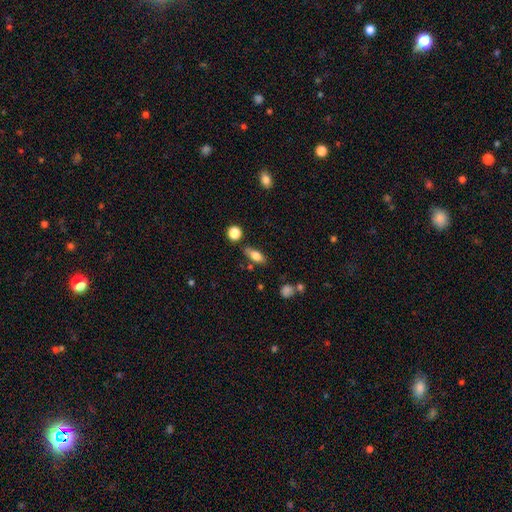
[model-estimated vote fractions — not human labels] Smooth or featured?
  - smooth: 74% *
  - featured or disk: 18%
  - star or artifact: 8%
How rounded?
  - in between: 75% *
  - cigar-shaped: 20%
  - round: 5%
Merging?
  - none: 75% *
  - minor disturbance: 15%
  - merger: 6%
  - major disturbance: 4%